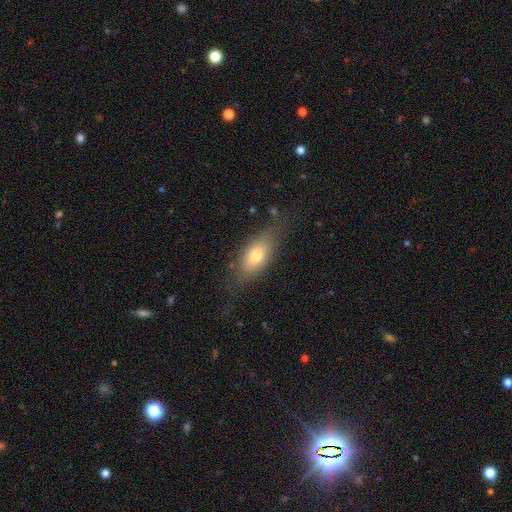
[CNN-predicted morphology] type=smooth (70%); roundness=in between (81%); merging=none (68%).